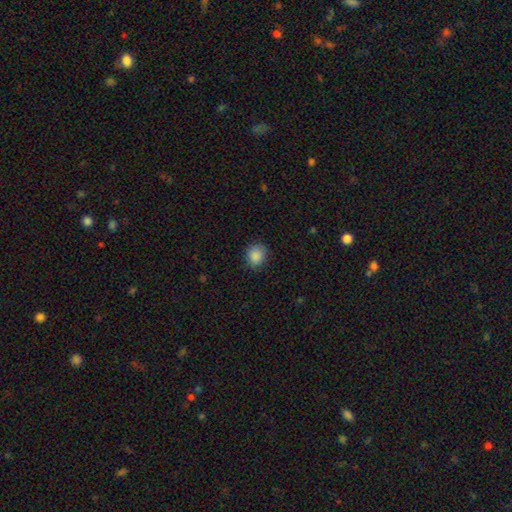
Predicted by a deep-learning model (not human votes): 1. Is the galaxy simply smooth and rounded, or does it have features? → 87% smooth, 9% star or artifact, 4% featured or disk.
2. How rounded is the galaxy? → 73% round, 26% in between, 1% cigar-shaped.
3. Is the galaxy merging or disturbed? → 79% none, 16% minor disturbance, 3% major disturbance, 1% merger.